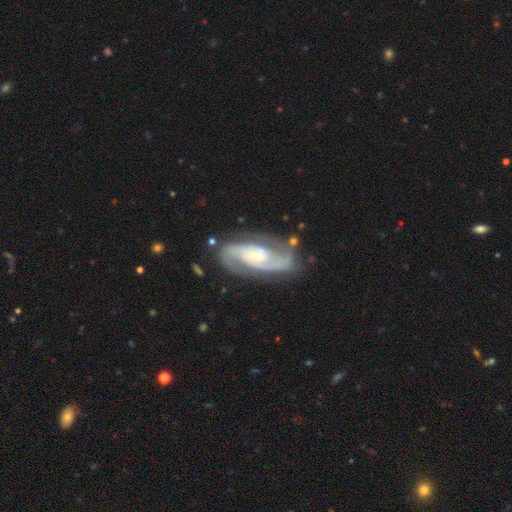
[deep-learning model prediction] Smooth or featured?
  - featured or disk: 91% *
  - smooth: 5%
  - star or artifact: 4%
Edge-on disk?
  - no: 96% *
  - yes: 4%
Bar?
  - no: 45% *
  - weak: 39%
  - strong: 15%
Spiral arms?
  - yes: 98% *
  - no: 2%
Spiral winding?
  - medium: 51% *
  - tight: 39%
  - loose: 10%
Spiral arm count?
  - 2: 89% *
  - can't tell: 4%
  - 3: 4%
  - 1: 1%
  - 4: 1%
  - more than 4: 1%
Bulge size?
  - small: 58% *
  - moderate: 35%
  - none: 3%
  - large: 3%
  - dominant: 1%
Merging?
  - none: 77% *
  - minor disturbance: 16%
  - major disturbance: 5%
  - merger: 3%